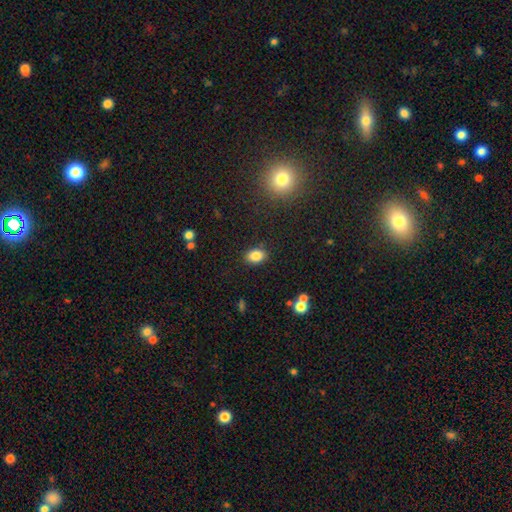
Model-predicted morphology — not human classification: Smooth or featured? Predicted: smooth (p=0.84). How rounded? Predicted: in between (p=0.80). Merging? Predicted: none (p=0.86).